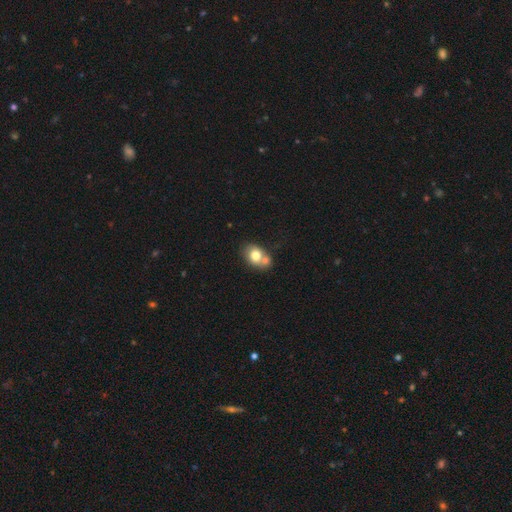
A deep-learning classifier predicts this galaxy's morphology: Smooth or featured? Predicted: smooth (p=0.74). How rounded? Predicted: in between (p=0.55). Merging? Predicted: merger (p=0.48).